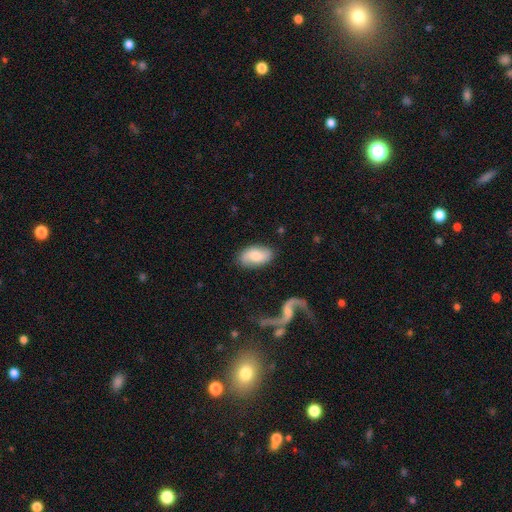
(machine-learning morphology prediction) smooth_or_featured: smooth (p=0.58) [alt: featured or disk p=0.35]
how_rounded: in between (p=0.92) [alt: round p=0.06]
merging: none (p=0.75) [alt: minor disturbance p=0.16]